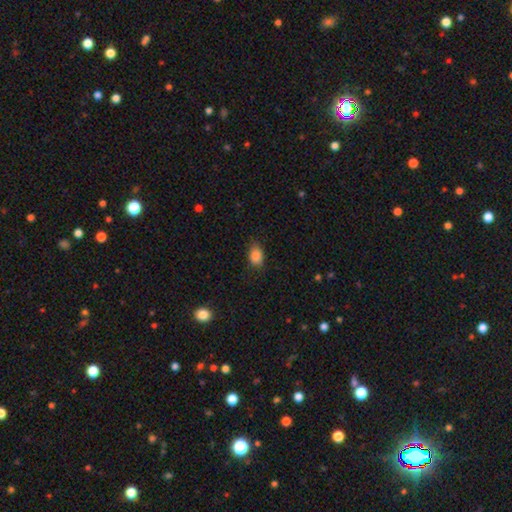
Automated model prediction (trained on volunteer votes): smooth-or-featured: smooth: 87% | star or artifact: 9% | featured or disk: 4%
  how-rounded: in between: 80% | round: 18% | cigar-shaped: 2%
  merging: none: 72% | minor disturbance: 22% | major disturbance: 5% | merger: 1%